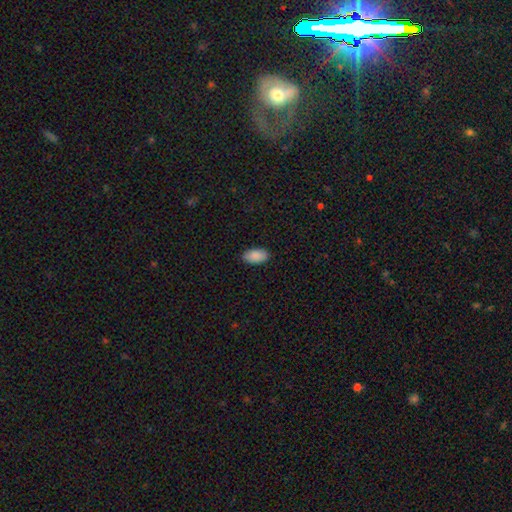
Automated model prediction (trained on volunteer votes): Morphology: type=smooth (90%); roundness=in between (95%); merging=none (88%).